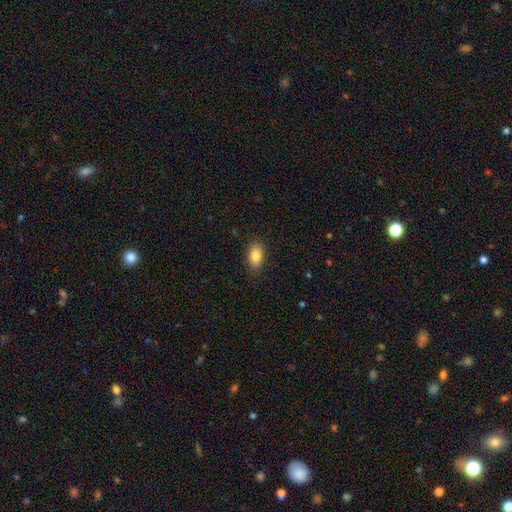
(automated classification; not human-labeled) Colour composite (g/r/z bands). It shows a smooth galaxy with no disk features (83%) that is in between round and cigar-shaped (90%). Merging: none (86%).